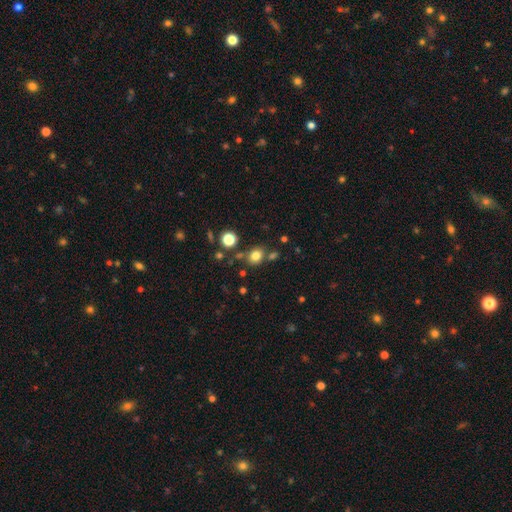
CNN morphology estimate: smooth_or_featured: smooth (p=0.78) [alt: star or artifact p=0.14]
how_rounded: round (p=0.59) [alt: in between p=0.40]
merging: none (p=0.72) [alt: minor disturbance p=0.12]